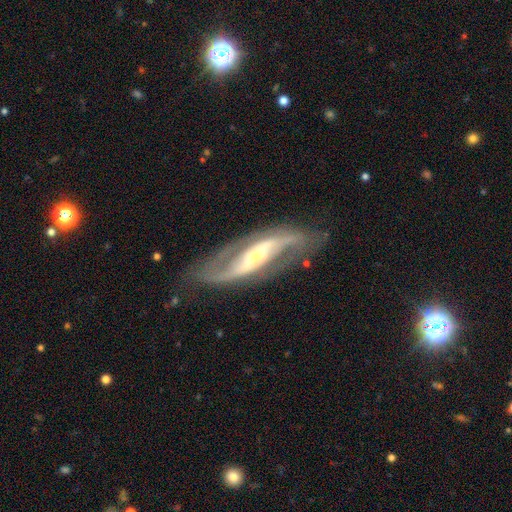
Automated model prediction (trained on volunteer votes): Smooth or featured? featured or disk (88%)
Edge-on disk? no (90%)
Bar? strong (61%)
Spiral arms? yes (95%)
Spiral winding? medium (44%)
Spiral arm count? 2 (91%)
Bulge size? small (56%)
Merging? none (74%)